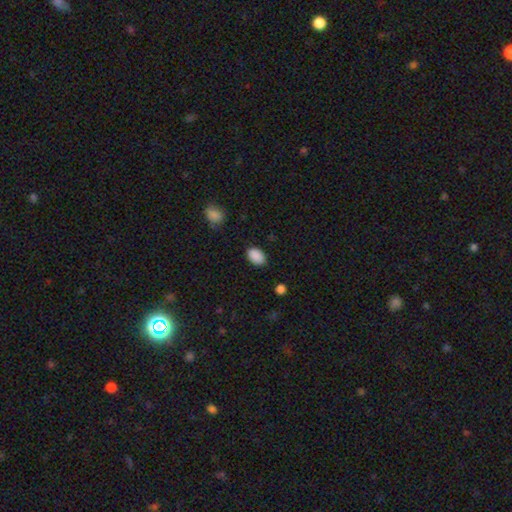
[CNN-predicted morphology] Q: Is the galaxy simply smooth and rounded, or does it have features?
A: smooth — 89%.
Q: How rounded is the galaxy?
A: in between — 86%.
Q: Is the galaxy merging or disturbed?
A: none — 84%.